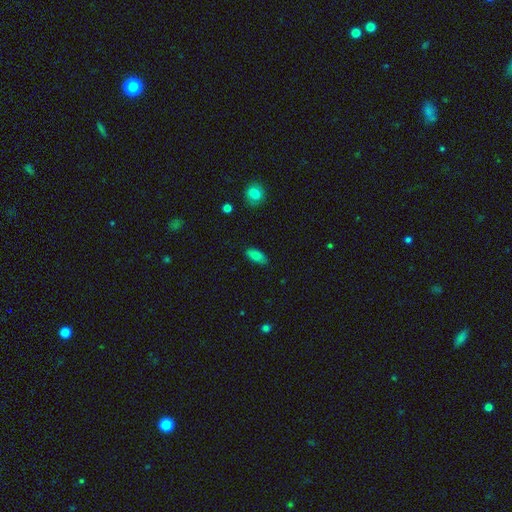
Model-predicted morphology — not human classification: Overall: smooth (83%). How rounded: in between (87%). Merging: none (82%).